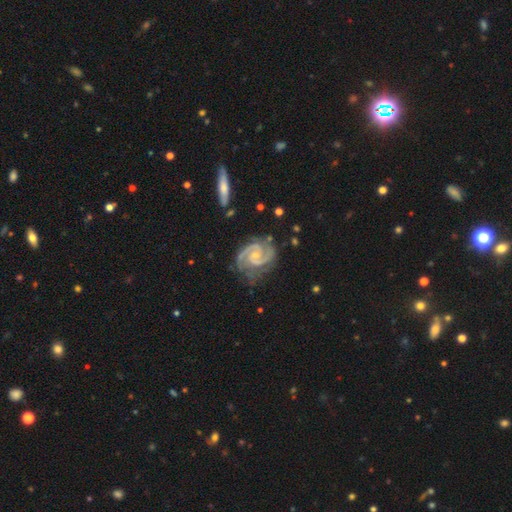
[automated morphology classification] featured or disk 93%, star or artifact 4%, smooth 3%. Down the decision tree: edge-on disk — no (98%); bar — no (55%); spiral arms — yes (99%); spiral arm count — 2 (91%); spiral winding — medium (50%); bulge size — small (67%); merging — none (71%).